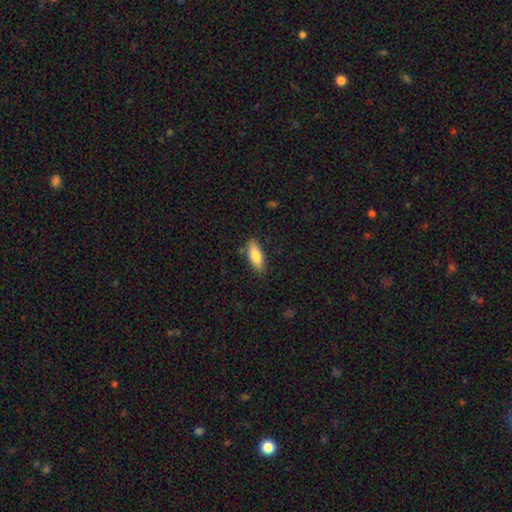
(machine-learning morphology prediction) smooth 80%, featured or disk 14%, star or artifact 6%. Down the decision tree: how rounded — in between (75%); merging — none (83%).